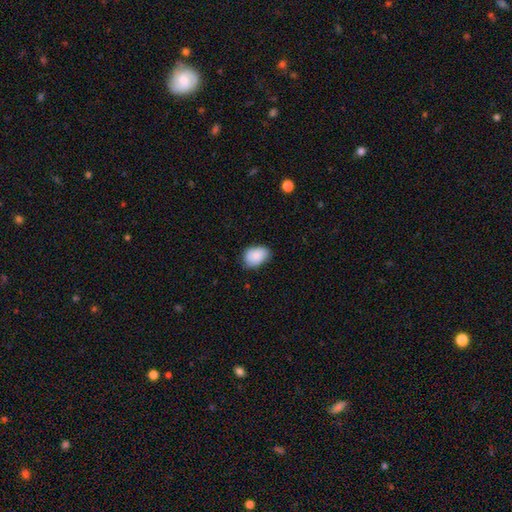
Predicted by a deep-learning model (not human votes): Q: Smooth or featured?
A: smooth (87%); runner-up: star or artifact (7%)
Q: How rounded?
A: in between (78%); runner-up: round (21%)
Q: Merging?
A: none (66%); runner-up: minor disturbance (28%)